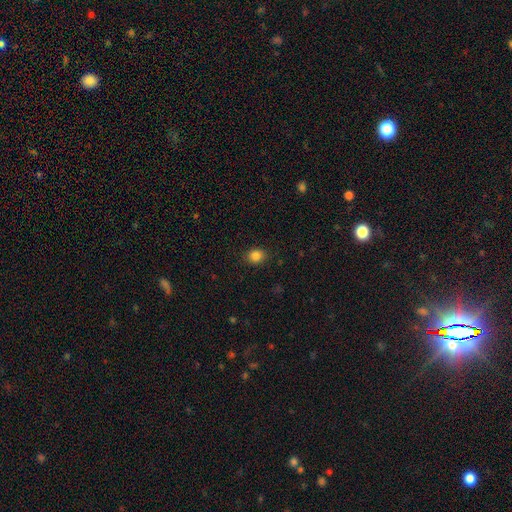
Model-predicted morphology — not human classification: type=smooth (84%); roundness=round (64%); merging=none (87%).